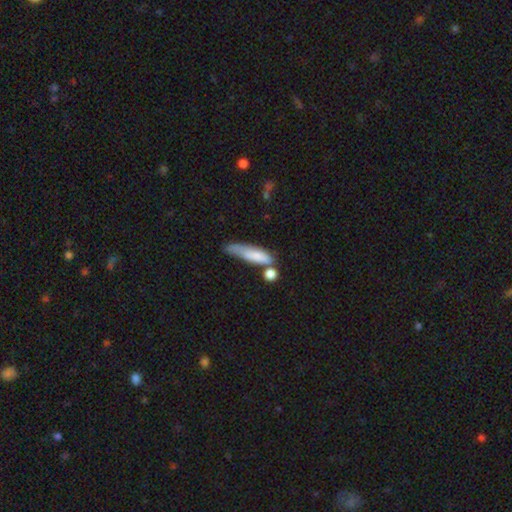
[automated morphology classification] A smooth galaxy with no disk features (72%) that is cigar-shaped (68%). Merging: none (39%).